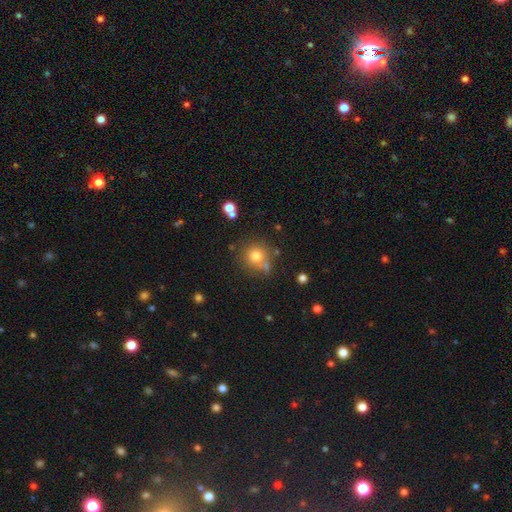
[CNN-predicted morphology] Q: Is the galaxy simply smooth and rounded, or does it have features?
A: smooth — 76%.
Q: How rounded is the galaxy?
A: round — 91%.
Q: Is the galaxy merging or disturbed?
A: none — 69%.